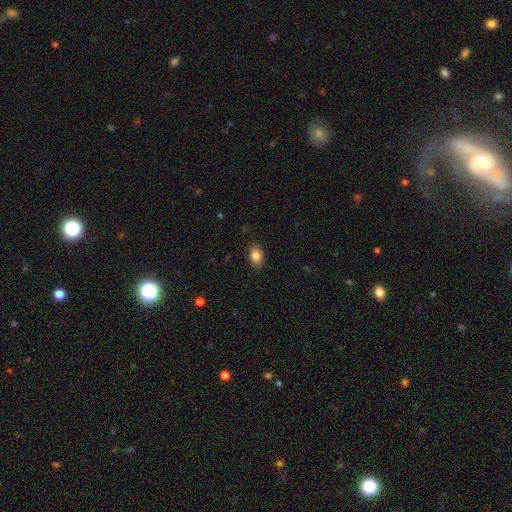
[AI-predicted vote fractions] A smooth galaxy with no disk features (85%) that is in between round and cigar-shaped (81%). Merging: none (87%).